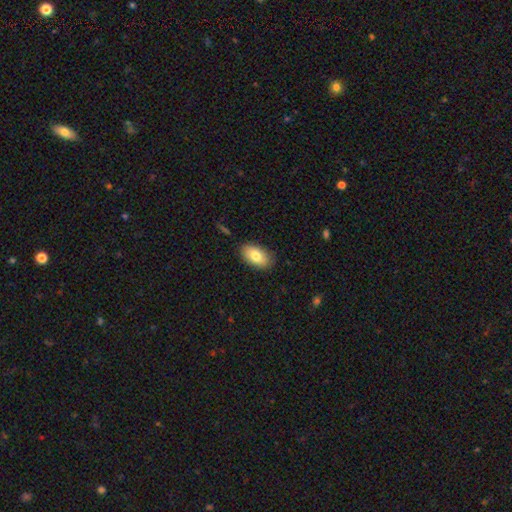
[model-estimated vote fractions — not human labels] The model was most divided on "smooth or featured": smooth: 80%, featured or disk: 13%, star or artifact: 7%. More confident: how rounded — in between (93%); merging — none (84%).